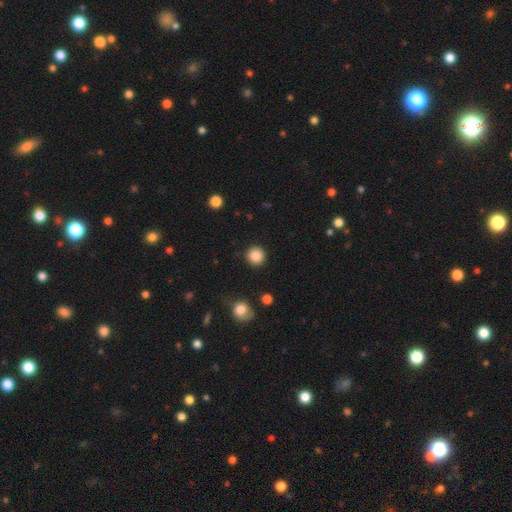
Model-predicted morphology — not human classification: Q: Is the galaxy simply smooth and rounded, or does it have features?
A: smooth — 87%.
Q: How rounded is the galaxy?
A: round — 94%.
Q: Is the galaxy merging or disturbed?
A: none — 90%.